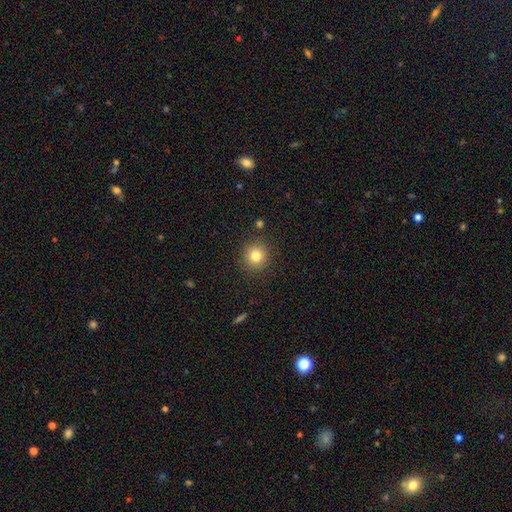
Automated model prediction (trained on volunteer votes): Q: Smooth or featured?
A: smooth (82%); runner-up: star or artifact (11%)
Q: How rounded?
A: round (93%); runner-up: in between (6%)
Q: Merging?
A: none (89%); runner-up: minor disturbance (7%)